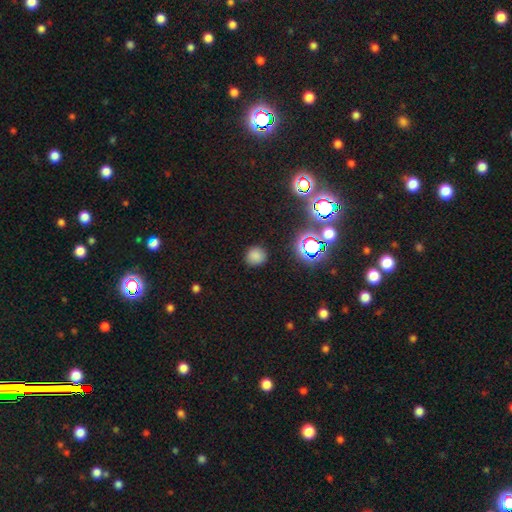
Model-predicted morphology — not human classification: This appears to be a smooth galaxy with no disk features (76%) that is round (89%). Merging: none (88%).